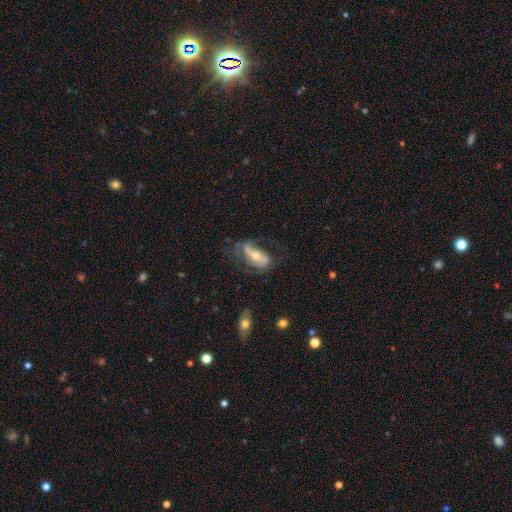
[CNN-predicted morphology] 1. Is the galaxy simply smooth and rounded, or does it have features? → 59% featured or disk, 34% smooth, 7% star or artifact.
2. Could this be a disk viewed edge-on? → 82% no, 18% yes.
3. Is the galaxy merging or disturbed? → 53% none, 26% minor disturbance, 19% major disturbance, 2% merger.